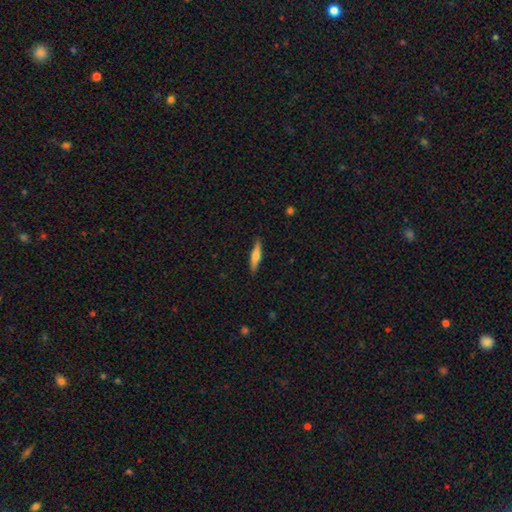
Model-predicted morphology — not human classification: Smooth or featured? Predicted: smooth (p=0.51). How rounded? Predicted: cigar-shaped (p=0.83). Merging? Predicted: none (p=0.89).